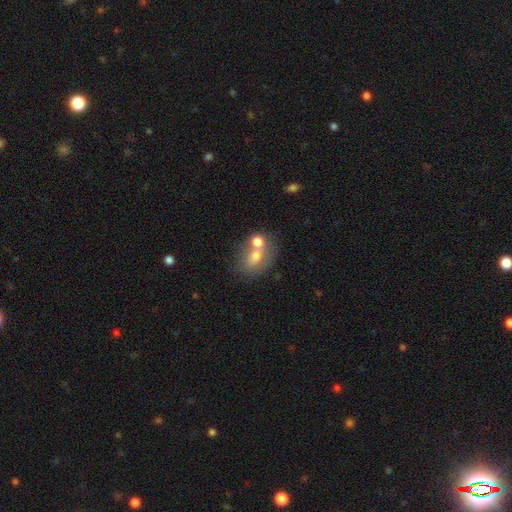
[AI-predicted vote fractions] This appears to be a smooth galaxy with no disk features (60%) that is in between round and cigar-shaped (60%). Merging: merger (45%).